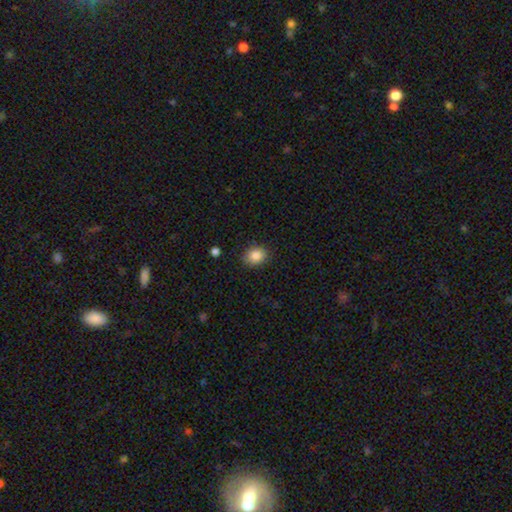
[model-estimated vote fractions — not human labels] This is clearly a smooth galaxy (86%). How rounded: possibly round (54%). Merging: clearly none (85%).